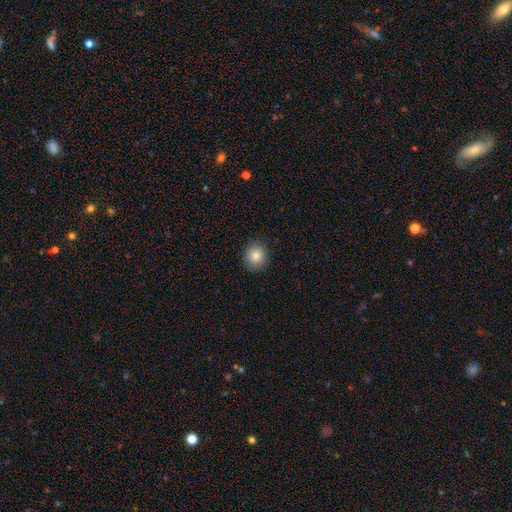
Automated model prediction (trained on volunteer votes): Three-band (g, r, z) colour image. It shows a smooth galaxy with no disk features (83%) that is round (84%). Merging: none (89%).